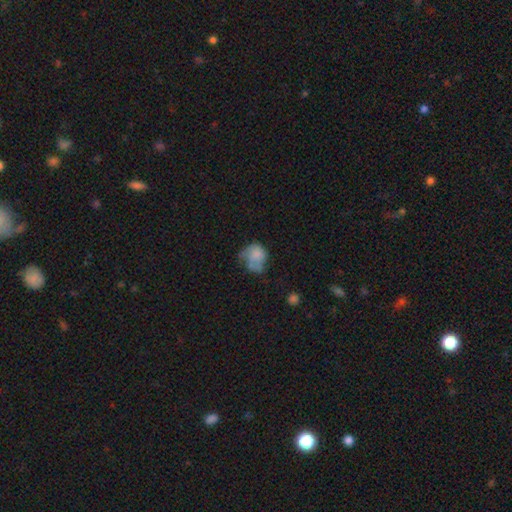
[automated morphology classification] smooth 68%, featured or disk 22%, star or artifact 10%. Down the decision tree: how rounded — round (65%); merging — minor disturbance (33%).